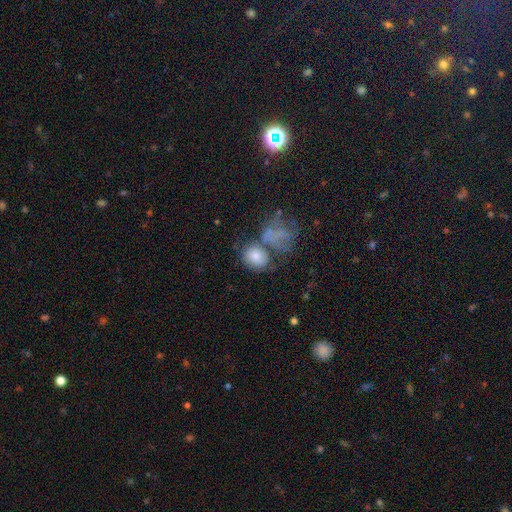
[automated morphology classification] Smooth or featured? Predicted: smooth (p=0.70). How rounded? Predicted: round (p=0.51). Merging? Predicted: none (p=0.37).